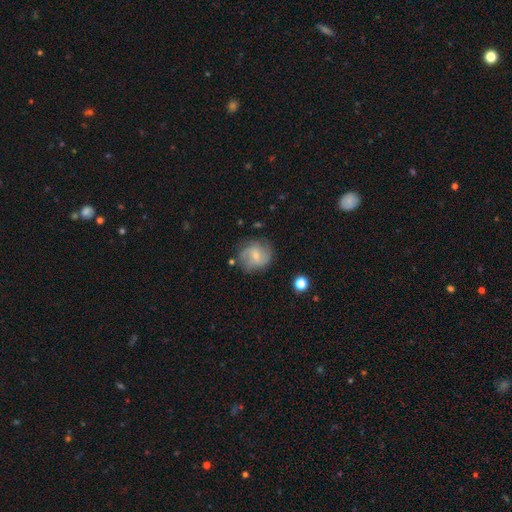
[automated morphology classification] This is likely a featured or disk galaxy (68%). It is clearly not viewed edge-on (98%). Bar: possibly no (54%). Spiral arm pattern: clearly yes (91%). Spiral arm count: marginally 2 (44%). Spiral winding: marginally medium (45%). Central bulge: likely small (66%). Merging: likely none (72%).